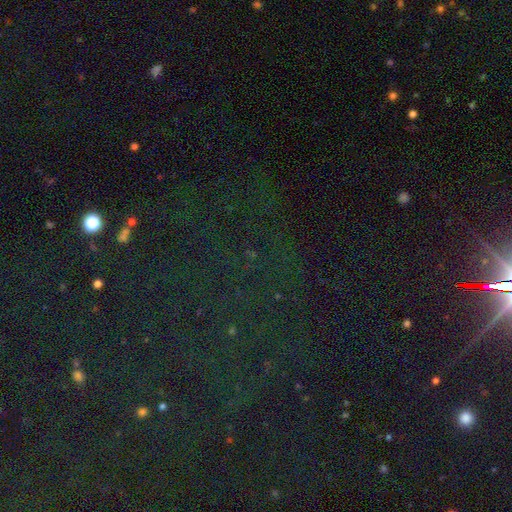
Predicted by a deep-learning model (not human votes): This is likely a star or artifact rather than a galaxy (80%).